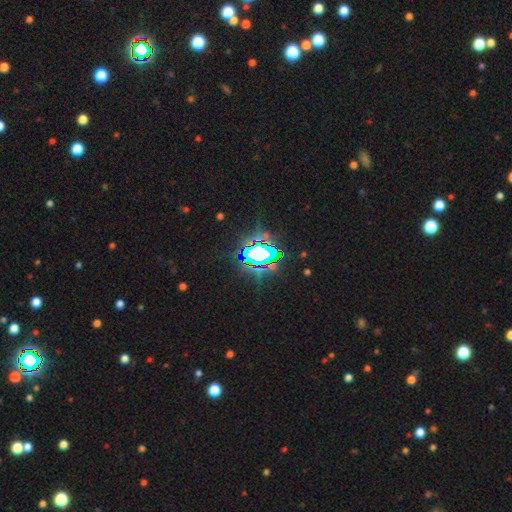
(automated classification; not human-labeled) Q: Smooth or featured?
A: star or artifact (73%); runner-up: smooth (14%)